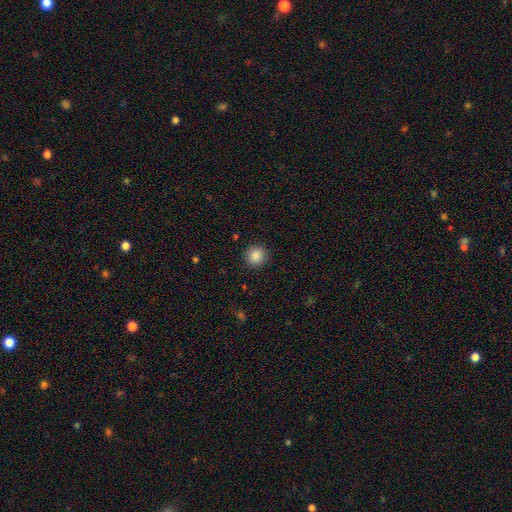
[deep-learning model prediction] smooth-or-featured: smooth: 88% | star or artifact: 9% | featured or disk: 3%
  how-rounded: round: 93% | in between: 6% | cigar-shaped: 1%
  merging: none: 91% | minor disturbance: 6% | major disturbance: 2% | merger: 1%